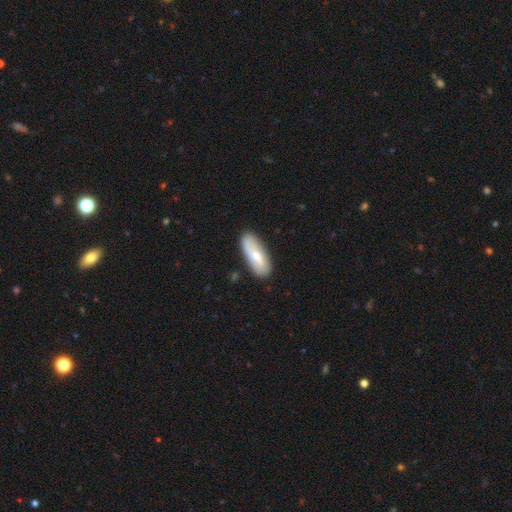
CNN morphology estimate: Smooth or featured? Predicted: smooth (p=0.58). How rounded? Predicted: in between (p=0.75). Merging? Predicted: none (p=0.83).